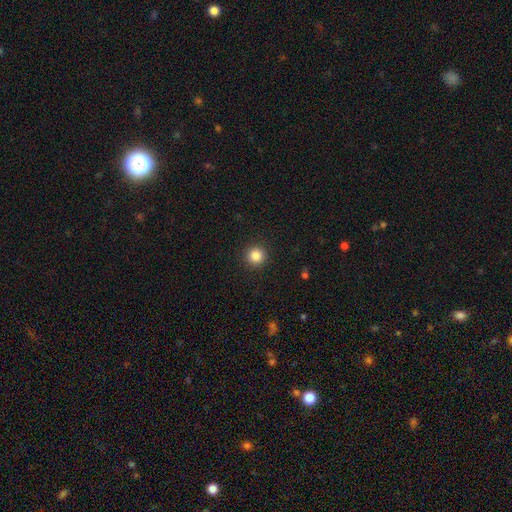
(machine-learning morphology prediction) This appears to be a smooth galaxy with no disk features (85%) that is round (95%). Merging: none (92%).